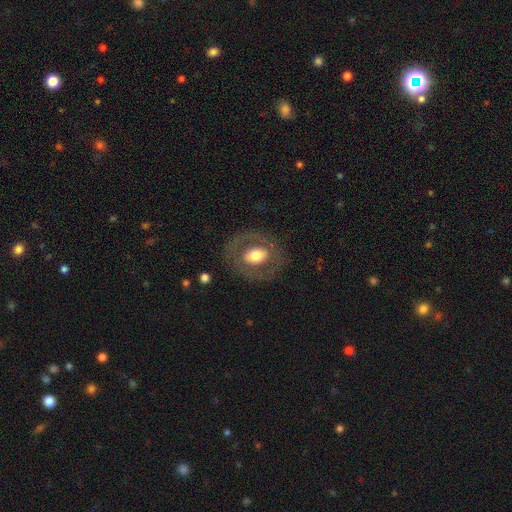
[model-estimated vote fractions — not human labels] This is possibly a smooth galaxy (49%). Merging: likely none (79%).